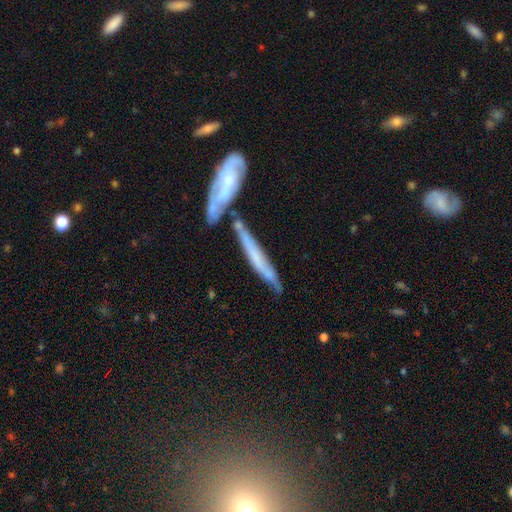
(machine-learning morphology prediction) Q: Smooth or featured?
A: featured or disk (56%); runner-up: smooth (37%)
Q: Edge-on disk?
A: yes (71%); runner-up: no (29%)
Q: Merging?
A: none (53%); runner-up: merger (25%)